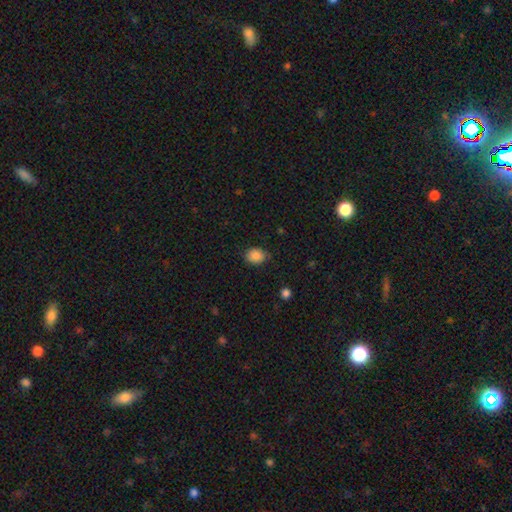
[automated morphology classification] smooth 86%, star or artifact 9%, featured or disk 5%. Down the decision tree: how rounded — in between (51%); merging — none (77%).